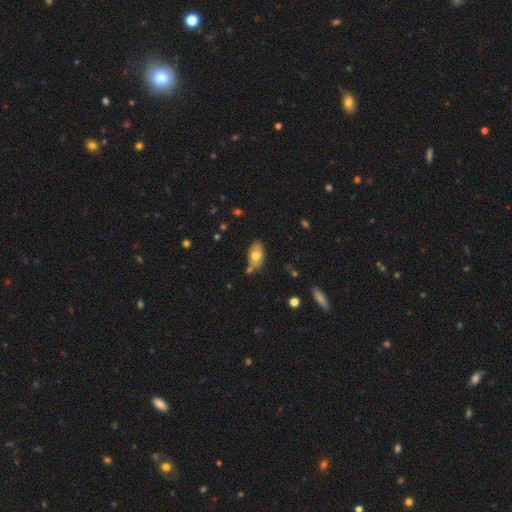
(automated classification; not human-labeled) Overall: smooth (67%). How rounded: in between (91%). Merging: none (57%; minor disturbance 24%).